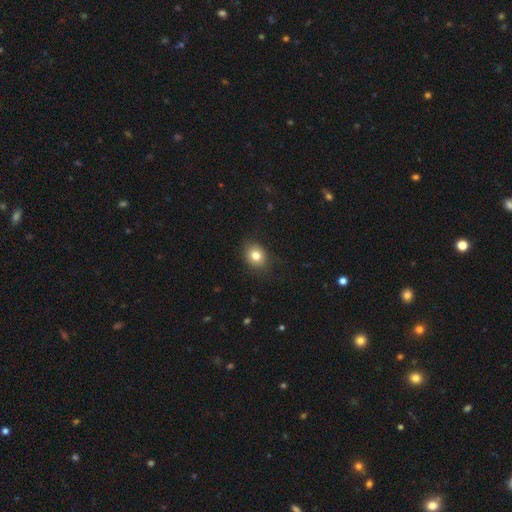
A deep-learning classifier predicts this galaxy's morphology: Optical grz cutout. It shows a smooth galaxy with no disk features (81%) that is round (55%). Merging: none (85%).